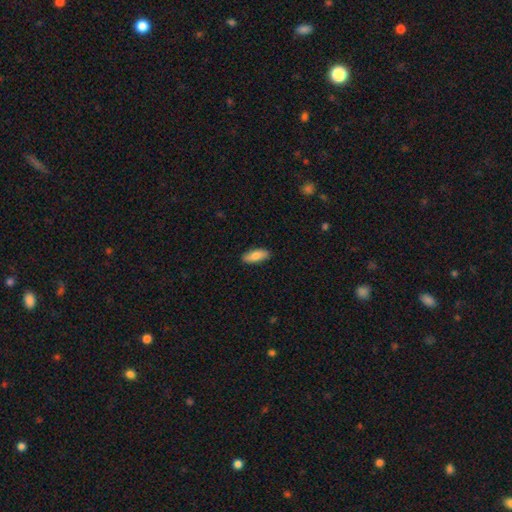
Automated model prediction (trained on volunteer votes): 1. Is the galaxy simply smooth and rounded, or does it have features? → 81% smooth, 14% featured or disk, 6% star or artifact.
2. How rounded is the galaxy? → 78% in between, 20% cigar-shaped, 2% round.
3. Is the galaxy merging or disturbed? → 88% none, 9% minor disturbance, 2% major disturbance, 1% merger.